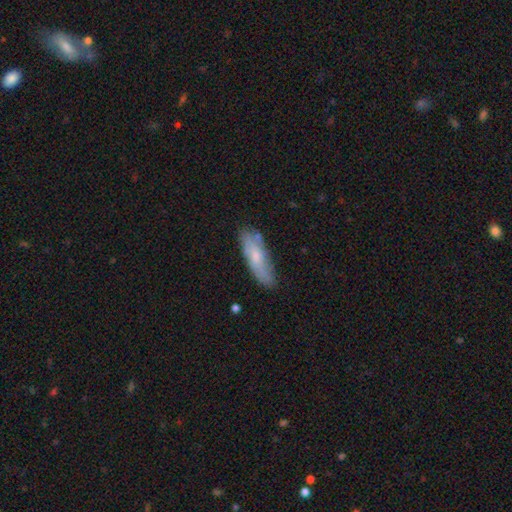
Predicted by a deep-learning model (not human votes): Overall: smooth (63%; featured or disk 31%). How rounded: in between (52%; cigar-shaped 46%). Merging: none (73%).